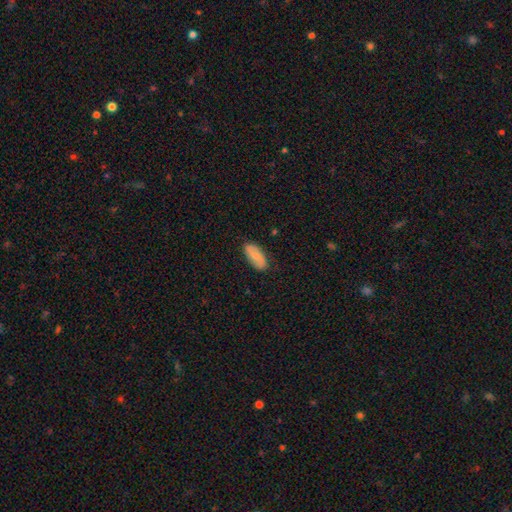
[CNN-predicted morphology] This appears to be a smooth galaxy with no disk features (68%) that is in between round and cigar-shaped (90%). Merging: none (82%).